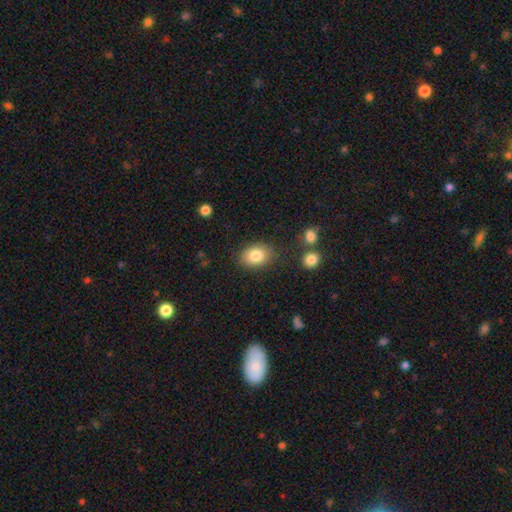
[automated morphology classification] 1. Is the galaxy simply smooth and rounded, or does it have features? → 83% smooth, 9% featured or disk, 8% star or artifact.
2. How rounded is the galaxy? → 73% in between, 25% round, 1% cigar-shaped.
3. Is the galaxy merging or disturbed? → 82% none, 12% minor disturbance, 4% major disturbance, 3% merger.